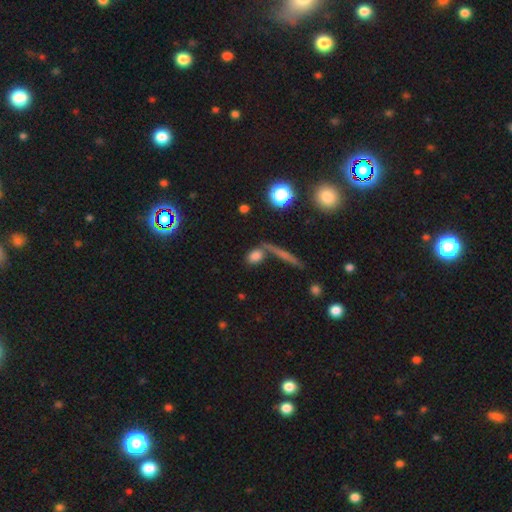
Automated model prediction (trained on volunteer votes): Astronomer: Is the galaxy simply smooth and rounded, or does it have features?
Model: smooth — 76%.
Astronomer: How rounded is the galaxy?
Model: in between — 54% (runner-up: round, 36%).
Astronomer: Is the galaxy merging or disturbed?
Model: none — 59%.